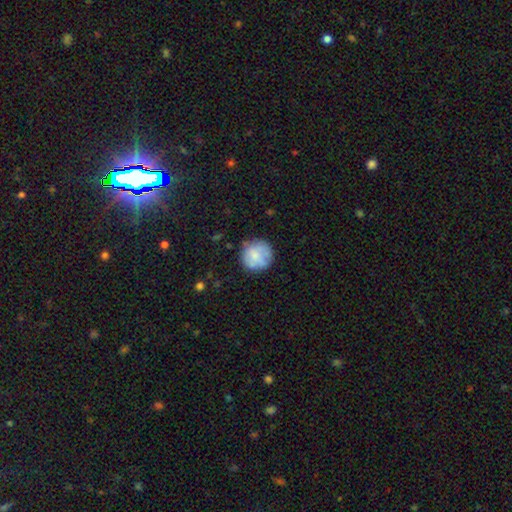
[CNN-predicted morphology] smooth 68%, featured or disk 24%, star or artifact 8%. Down the decision tree: how rounded — round (93%); merging — none (73%).